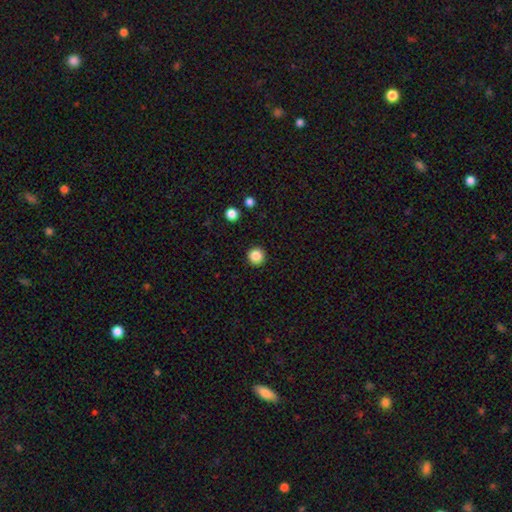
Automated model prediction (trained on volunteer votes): Smooth or featured?
  - smooth: 86% *
  - star or artifact: 11%
  - featured or disk: 4%
How rounded?
  - round: 95% *
  - in between: 4%
  - cigar-shaped: 1%
Merging?
  - none: 92% *
  - minor disturbance: 5%
  - major disturbance: 2%
  - merger: 1%